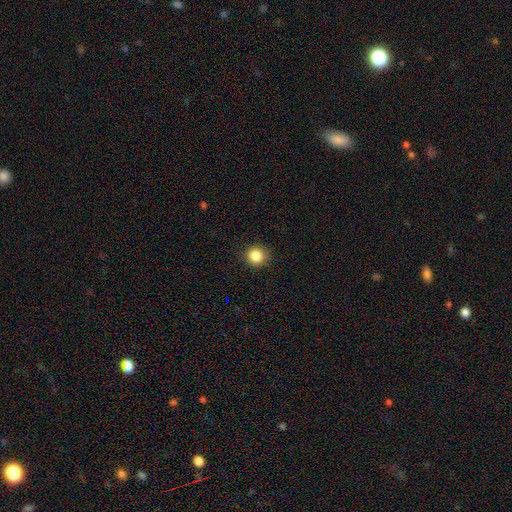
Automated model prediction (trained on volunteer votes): The model was most divided on "smooth or featured": smooth: 86%, star or artifact: 10%, featured or disk: 4%. More confident: merging — none (89%); how rounded — round (89%).